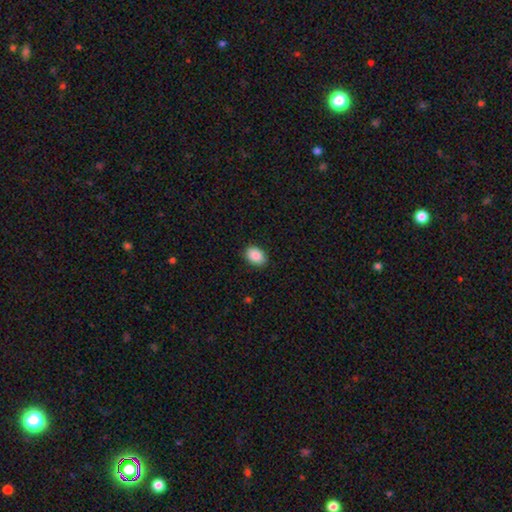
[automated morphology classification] smooth_or_featured: smooth (p=0.89) [alt: star or artifact p=0.07]
how_rounded: in between (p=0.78) [alt: round p=0.22]
merging: none (p=0.88) [alt: minor disturbance p=0.09]